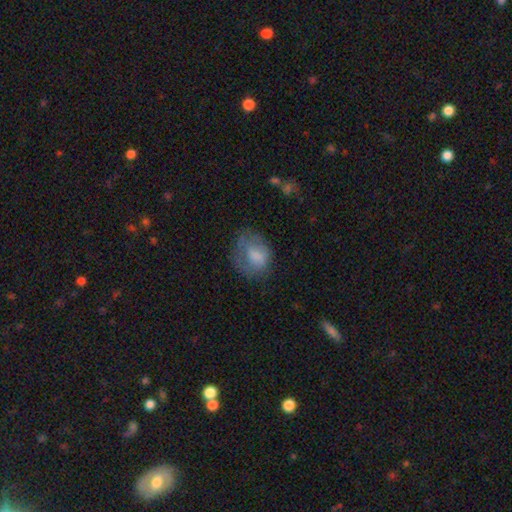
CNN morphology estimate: Q: Smooth or featured?
A: smooth (65%); runner-up: featured or disk (25%)
Q: How rounded?
A: in between (52%); runner-up: round (47%)
Q: Merging?
A: none (45%); runner-up: minor disturbance (27%)